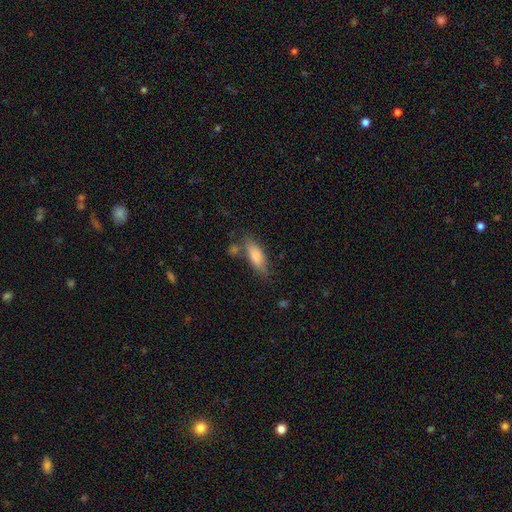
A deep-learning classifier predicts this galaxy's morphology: Smooth or featured? smooth (81%)
How rounded? in between (66%)
Merging? none (64%)